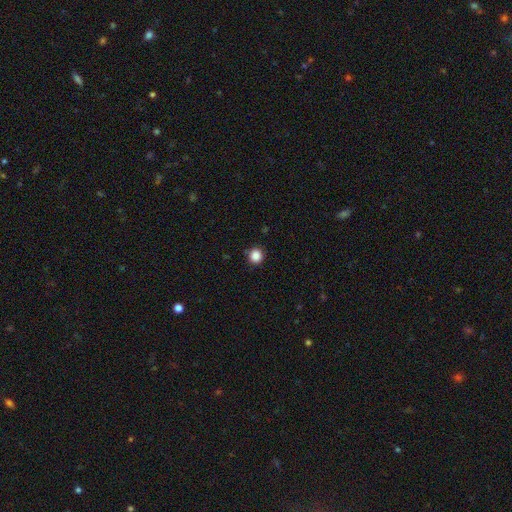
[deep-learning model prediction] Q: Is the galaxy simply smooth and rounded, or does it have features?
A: smooth — 86%.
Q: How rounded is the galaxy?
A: round — 93%.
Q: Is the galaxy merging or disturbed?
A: none — 89%.